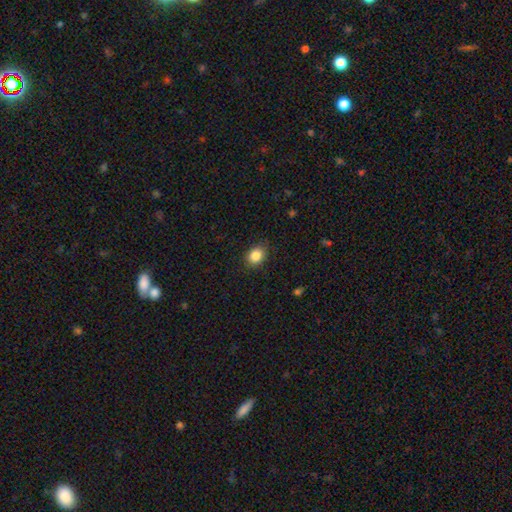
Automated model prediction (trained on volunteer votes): smooth_or_featured: smooth (p=0.86) [alt: star or artifact p=0.10]
how_rounded: in between (p=0.50) [alt: round p=0.49]
merging: none (p=0.86) [alt: minor disturbance p=0.10]